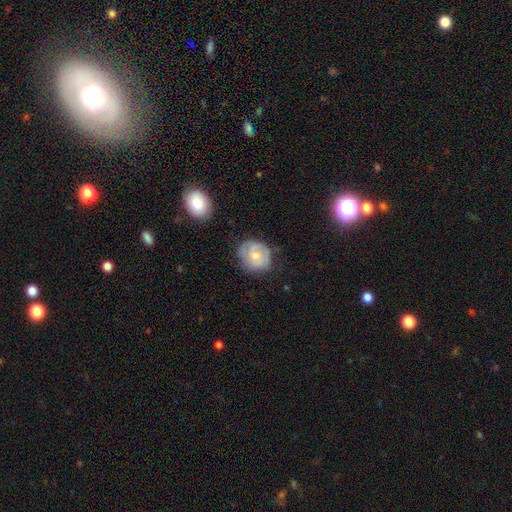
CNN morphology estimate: Overall: smooth (51%; featured or disk 43%). How rounded: round (74%). Merging: none (59%; minor disturbance 28%).